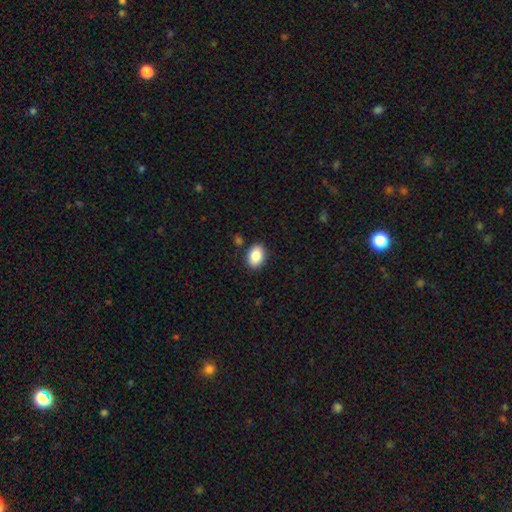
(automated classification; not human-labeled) This appears to be a smooth galaxy with no disk features (88%) that is in between round and cigar-shaped (77%). Merging: none (87%).